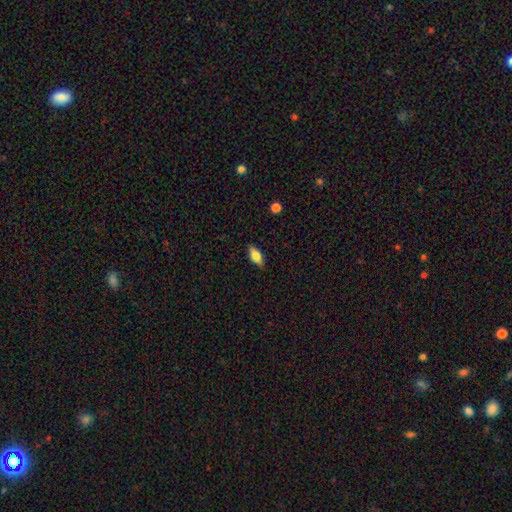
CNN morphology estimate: This appears to be a smooth galaxy with no disk features (67%) that is in between round and cigar-shaped (82%). Merging: none (86%).